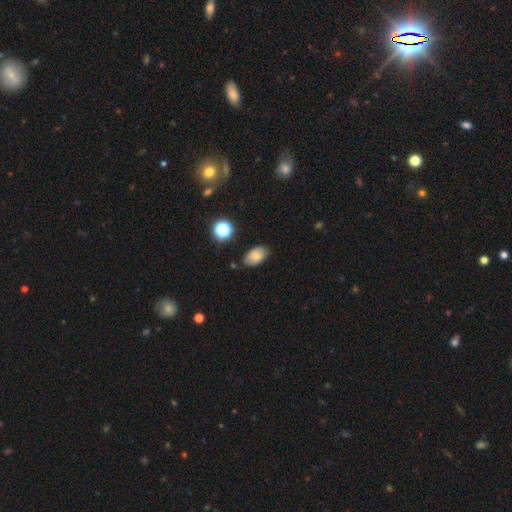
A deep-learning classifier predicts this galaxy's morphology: smooth 71%, featured or disk 19%, star or artifact 11%. Down the decision tree: how rounded — in between (89%); merging — none (79%).